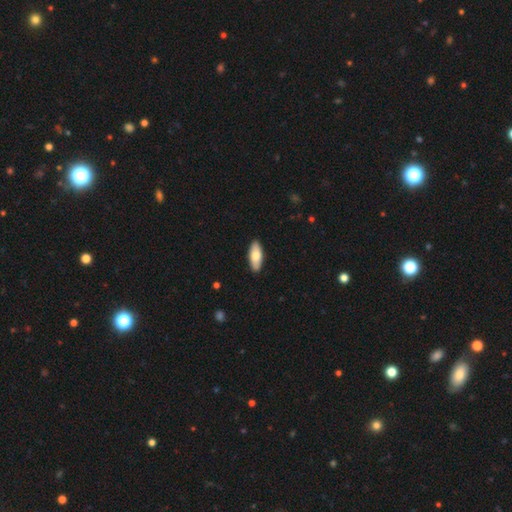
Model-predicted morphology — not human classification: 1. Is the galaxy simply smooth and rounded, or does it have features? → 74% smooth, 21% featured or disk, 5% star or artifact.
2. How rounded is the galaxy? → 78% in between, 20% cigar-shaped, 2% round.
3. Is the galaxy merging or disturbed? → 90% none, 8% minor disturbance, 1% major disturbance, 1% merger.